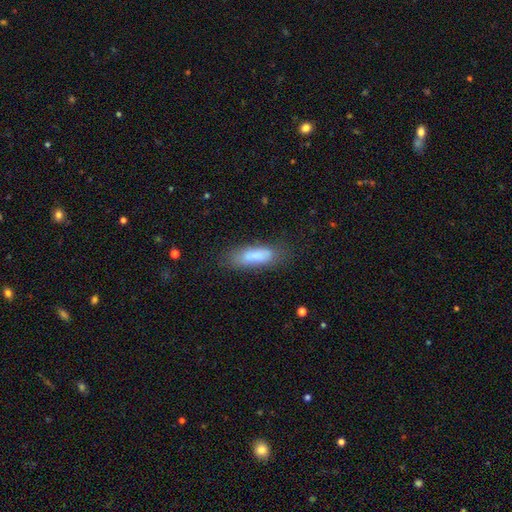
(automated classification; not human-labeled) Smooth or featured: smooth — 79% (featured or disk — 13%)
How rounded: in between — 56% (cigar-shaped — 42%)
Merging: none — 66% (minor disturbance — 22%)